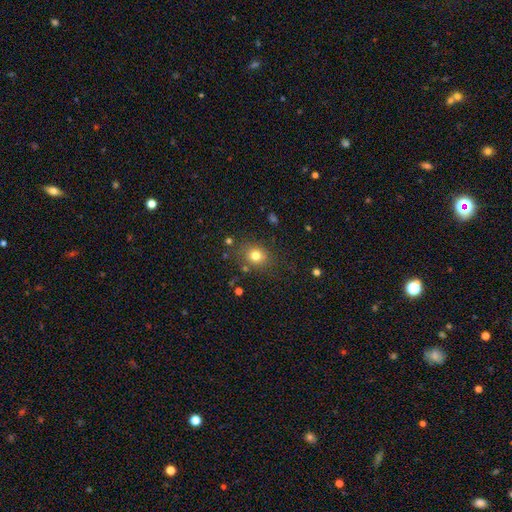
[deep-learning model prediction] The model was most divided on "how rounded": round: 70%, in between: 29%, cigar-shaped: 1%. More confident: merging — none (78%); smooth or featured — smooth (77%).